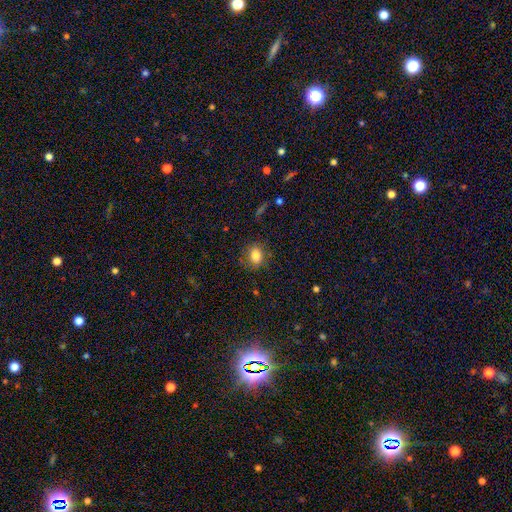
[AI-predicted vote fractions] smooth 80%, featured or disk 10%, star or artifact 10%. Down the decision tree: how rounded — in between (56%); merging — none (75%).